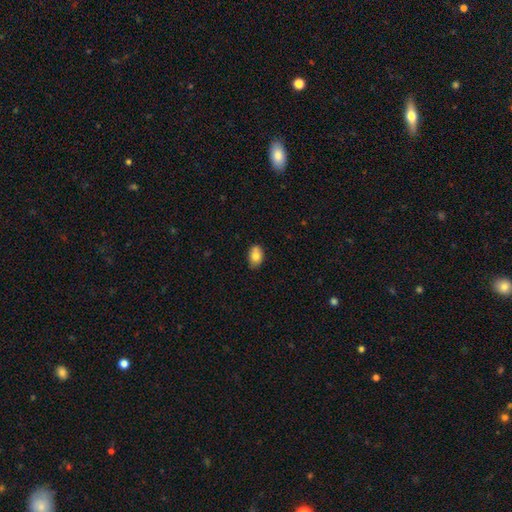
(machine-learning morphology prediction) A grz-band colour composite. It shows a smooth galaxy with no disk features (77%) that is in between round and cigar-shaped (79%). Merging: none (64%).